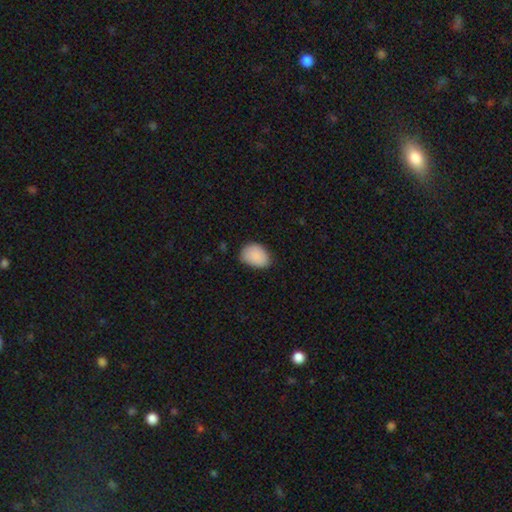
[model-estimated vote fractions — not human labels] A smooth galaxy with no disk features (89%) that is in between round and cigar-shaped (79%).

Vote fractions:
- Smooth or featured? smooth: 89% / star or artifact: 7% / featured or disk: 4%
- How rounded? in between: 79% / round: 20% / cigar-shaped: 1%
- Merging? none: 71% / minor disturbance: 24% / major disturbance: 4% / merger: 1%